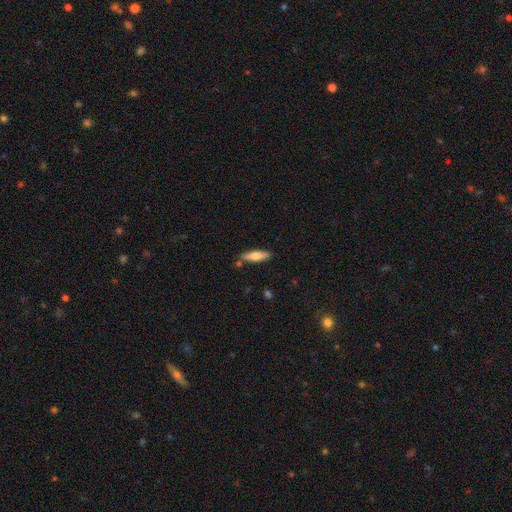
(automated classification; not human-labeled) Smooth or featured? smooth (62%)
How rounded? cigar-shaped (65%)
Merging? none (79%)